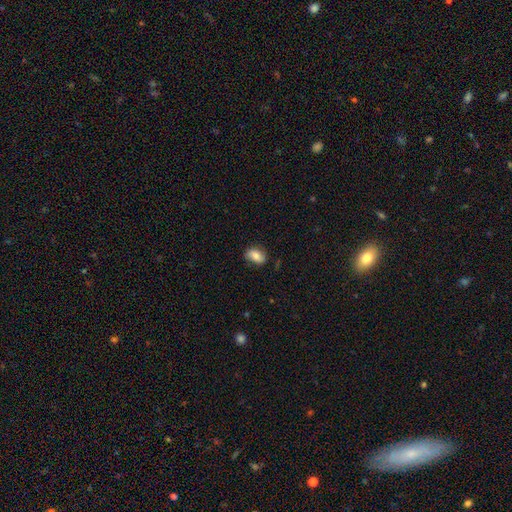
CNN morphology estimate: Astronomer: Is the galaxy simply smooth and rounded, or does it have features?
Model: smooth — 75%.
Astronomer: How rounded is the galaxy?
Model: in between — 84%.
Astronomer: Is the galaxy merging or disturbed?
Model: none — 75%.